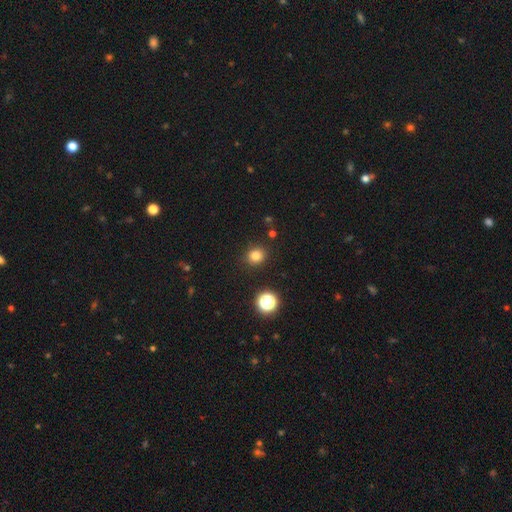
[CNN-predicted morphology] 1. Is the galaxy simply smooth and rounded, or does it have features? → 80% smooth, 15% star or artifact, 5% featured or disk.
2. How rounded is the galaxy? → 82% round, 17% in between, 1% cigar-shaped.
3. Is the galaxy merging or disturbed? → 89% none, 7% minor disturbance, 2% major disturbance, 2% merger.